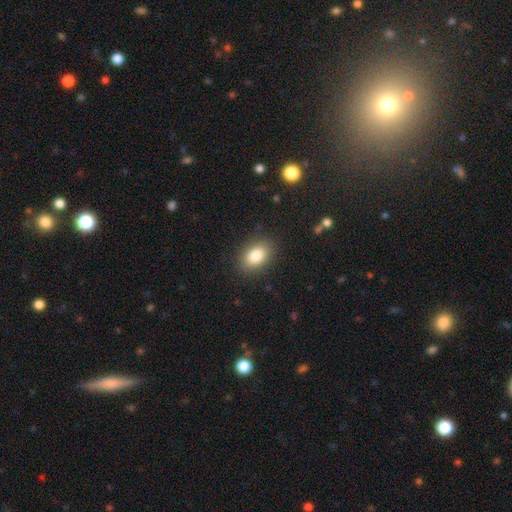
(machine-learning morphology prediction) Smooth or featured? Predicted: smooth (p=0.84). How rounded? Predicted: in between (p=0.84). Merging? Predicted: none (p=0.87).